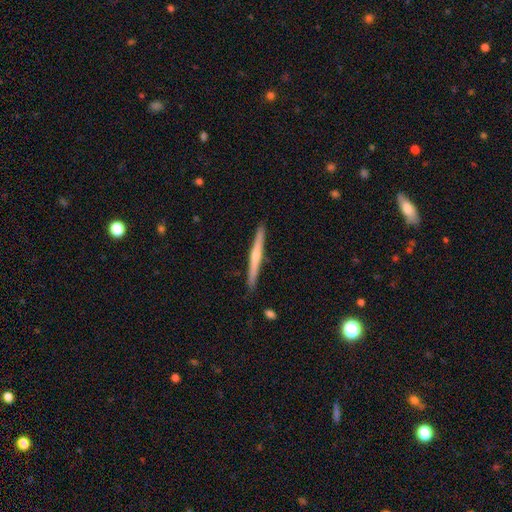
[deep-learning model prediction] Smooth or featured? featured or disk (70%)
Edge-on disk? yes (98%)
Edge-on bulge? rounded (74%)
Merging? none (91%)